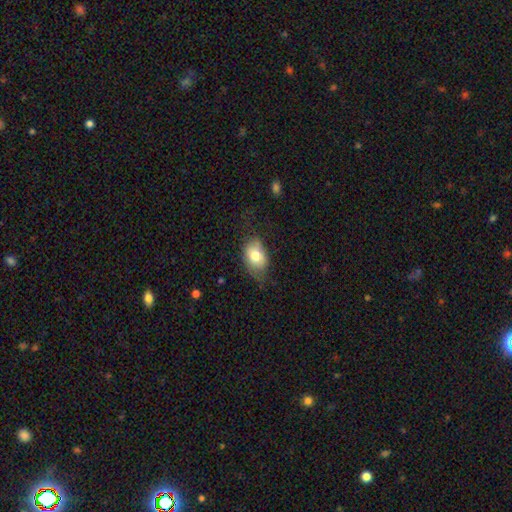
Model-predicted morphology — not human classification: Smooth or featured? Predicted: smooth (p=0.76). How rounded? Predicted: in between (p=0.81). Merging? Predicted: none (p=0.54).